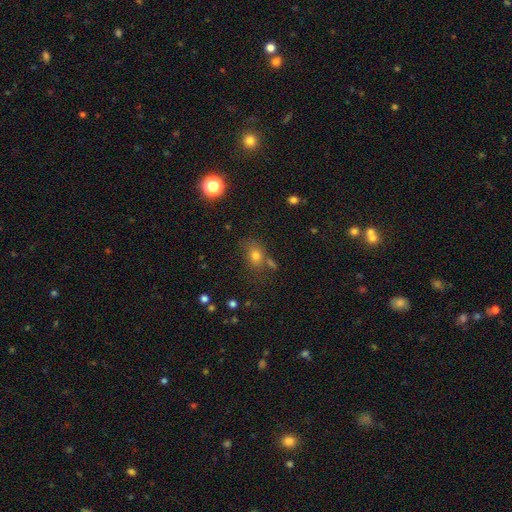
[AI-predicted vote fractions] The model was most divided on "how rounded": in between: 61%, round: 37%, cigar-shaped: 2%. More confident: smooth or featured — smooth (72%); merging — none (64%).